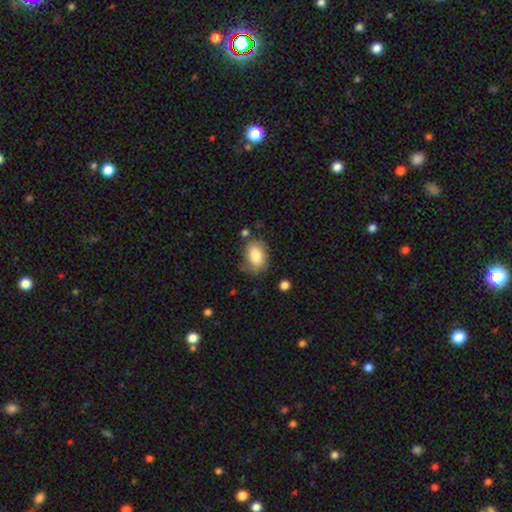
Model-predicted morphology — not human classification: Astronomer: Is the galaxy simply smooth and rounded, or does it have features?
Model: smooth — 83%.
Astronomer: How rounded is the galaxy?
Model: in between — 85%.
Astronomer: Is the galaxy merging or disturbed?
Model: none — 68%.